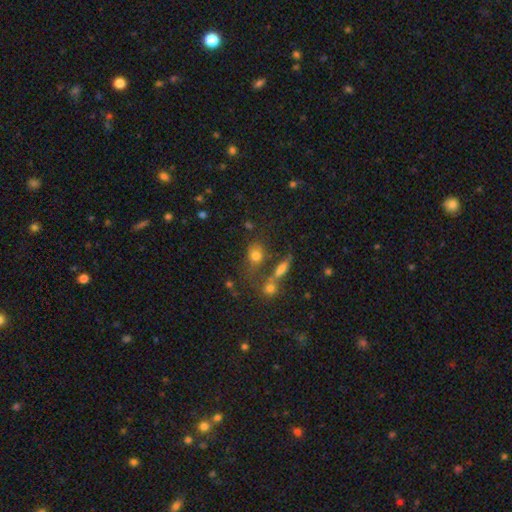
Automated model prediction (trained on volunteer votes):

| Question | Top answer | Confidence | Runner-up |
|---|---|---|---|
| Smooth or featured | smooth | 75% | star or artifact (14%) |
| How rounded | in between | 53% | round (42%) |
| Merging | none | 53% | merger (23%) |